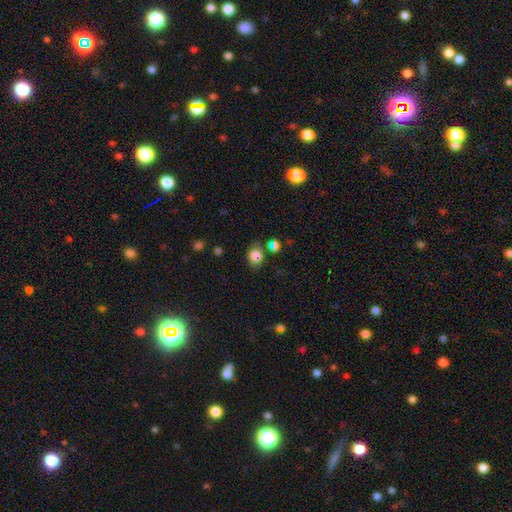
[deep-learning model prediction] smooth-or-featured: smooth: 80% | star or artifact: 12% | featured or disk: 8%
  how-rounded: round: 55% | in between: 44% | cigar-shaped: 1%
  merging: none: 60% | minor disturbance: 17% | merger: 16% | major disturbance: 6%